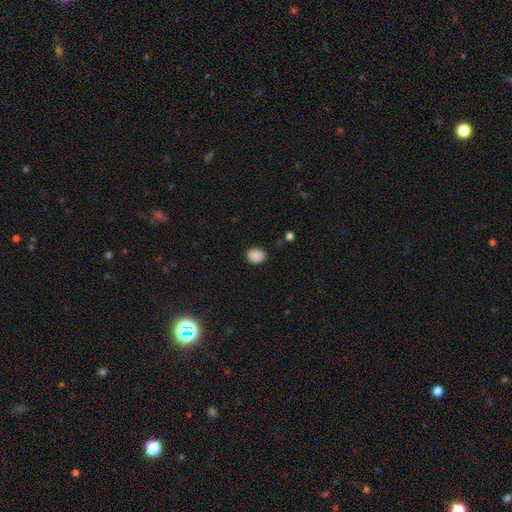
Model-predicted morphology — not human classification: Smooth or featured: smooth — 87% (star or artifact — 9%)
How rounded: round — 50% (in between — 49%)
Merging: none — 83% (minor disturbance — 13%)